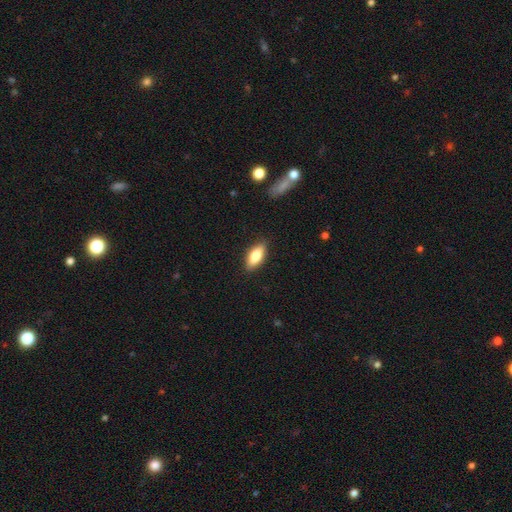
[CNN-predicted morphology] smooth-or-featured: smooth: 80% | featured or disk: 14% | star or artifact: 7%
  how-rounded: in between: 81% | cigar-shaped: 16% | round: 3%
  merging: none: 87% | minor disturbance: 10% | major disturbance: 2% | merger: 1%